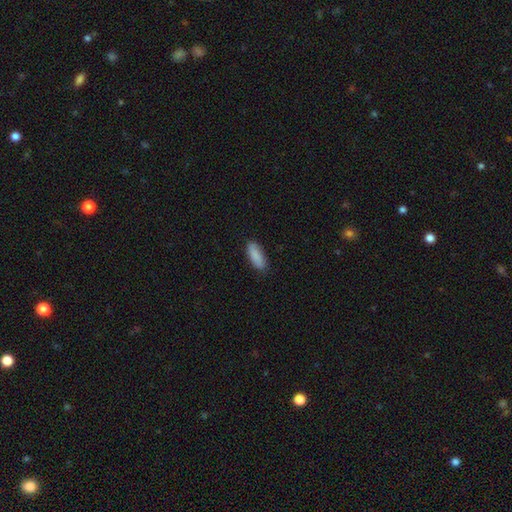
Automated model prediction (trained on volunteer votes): The model was most divided on "how rounded": in between: 67%, cigar-shaped: 31%, round: 2%. More confident: smooth or featured — smooth (89%); merging — none (87%).